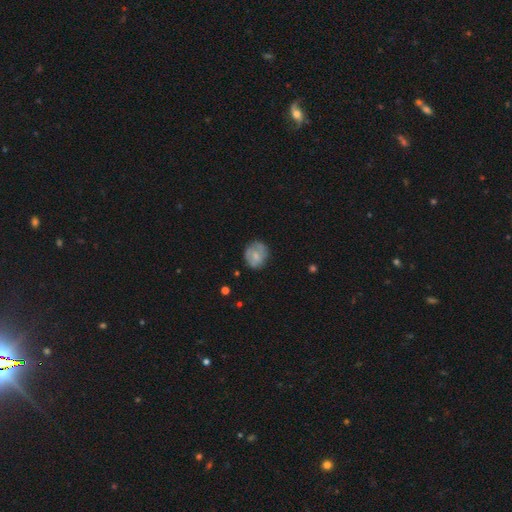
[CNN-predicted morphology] smooth 58%, featured or disk 35%, star or artifact 8%. Down the decision tree: how rounded — round (71%); merging — none (70%).